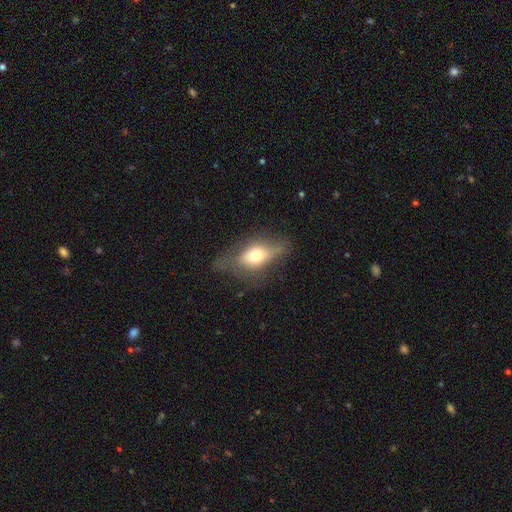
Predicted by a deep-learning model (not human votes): A smooth galaxy with no disk features (56%) that is in between round and cigar-shaped (74%). Merging: none (51%).